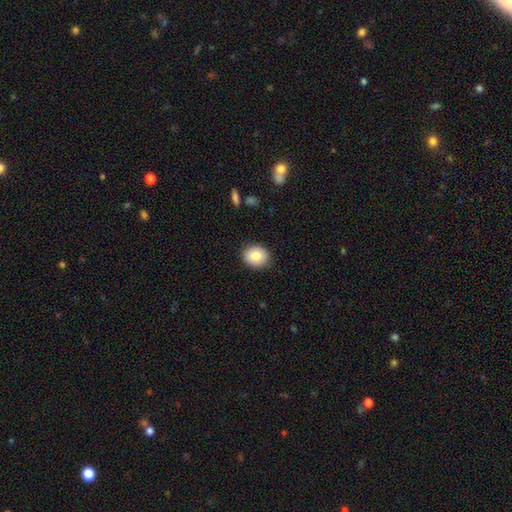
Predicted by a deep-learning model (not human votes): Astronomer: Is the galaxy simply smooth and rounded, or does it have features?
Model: smooth — 81%.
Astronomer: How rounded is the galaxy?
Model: round — 69%.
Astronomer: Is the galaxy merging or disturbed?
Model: none — 88%.